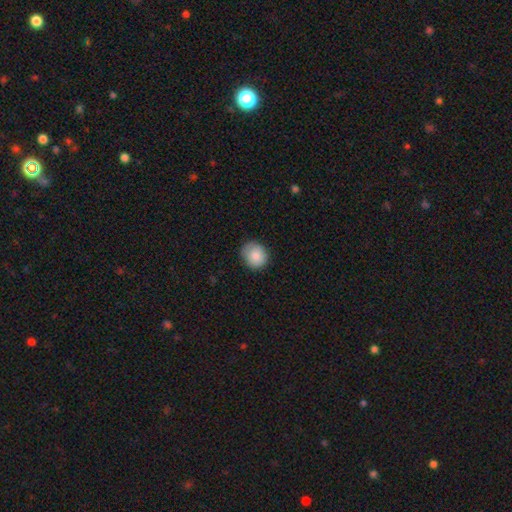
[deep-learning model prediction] Smooth or featured? smooth (85%)
How rounded? round (79%)
Merging? none (80%)